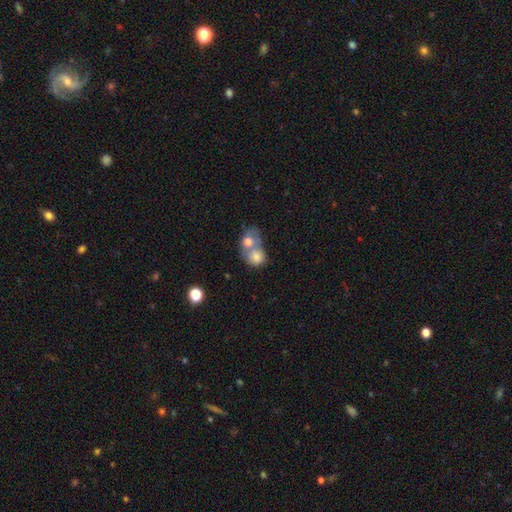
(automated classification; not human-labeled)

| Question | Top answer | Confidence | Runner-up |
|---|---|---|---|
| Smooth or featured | smooth | 74% | featured or disk (17%) |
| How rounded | round | 67% | in between (32%) |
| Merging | merger | 70% | none (19%) |